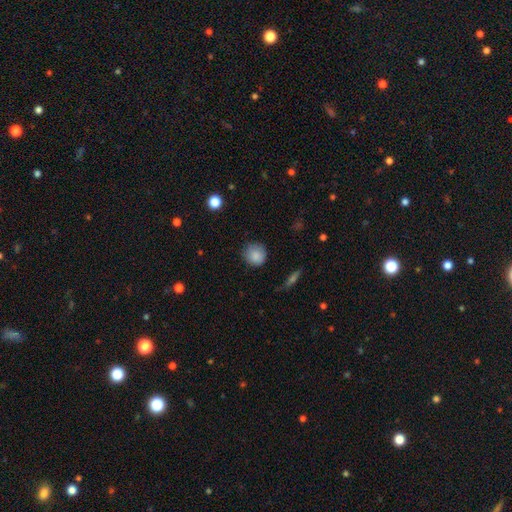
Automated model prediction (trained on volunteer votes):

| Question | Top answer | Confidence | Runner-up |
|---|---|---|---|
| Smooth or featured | smooth | 86% | star or artifact (8%) |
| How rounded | round | 90% | in between (9%) |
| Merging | none | 76% | minor disturbance (19%) |